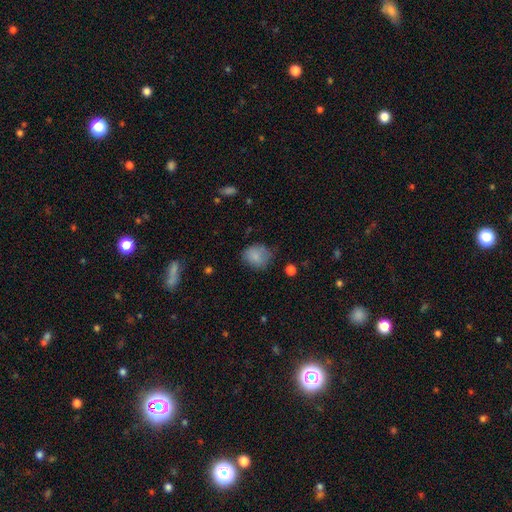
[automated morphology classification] Smooth or featured? Predicted: smooth (p=0.82). How rounded? Predicted: round (p=0.59). Merging? Predicted: none (p=0.64).